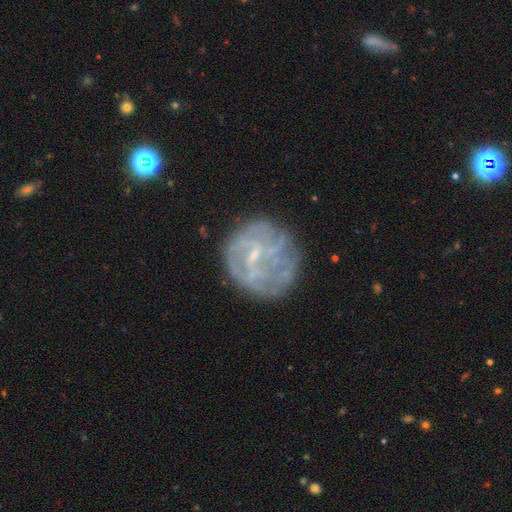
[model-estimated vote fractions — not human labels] Morphology: type=featured or disk (66%); edge-on=no (97%); bar=weak (47%); spiral arms=no (51%); bulge=small (59%); merging=none (62%).